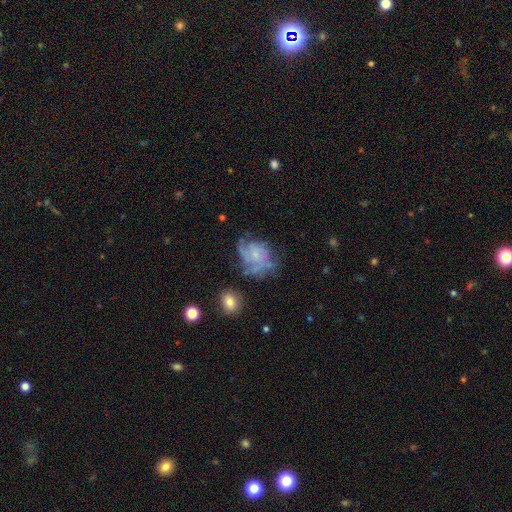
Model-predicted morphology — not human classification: Smooth or featured: featured or disk — 64% (smooth — 27%)
Edge-on disk: no — 98% (yes — 2%)
Bar: no — 81% (weak — 17%)
Spiral arms: yes — 76% (no — 24%)
Bulge size: small — 66% (none — 16%)
Merging: none — 43% (major disturbance — 26%)